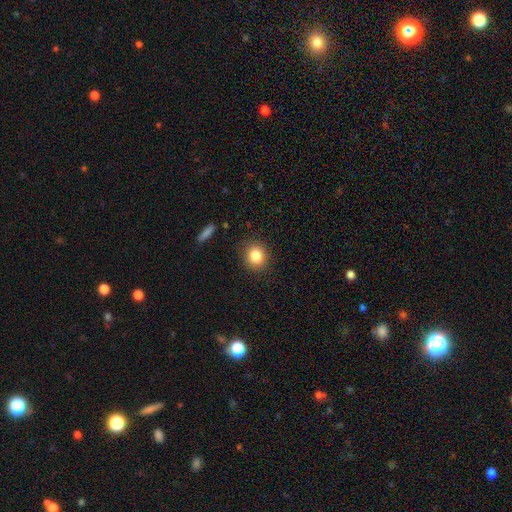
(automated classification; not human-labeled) The model was most divided on "how rounded": round: 78%, in between: 21%, cigar-shaped: 1%. More confident: merging — none (88%); smooth or featured — smooth (84%).